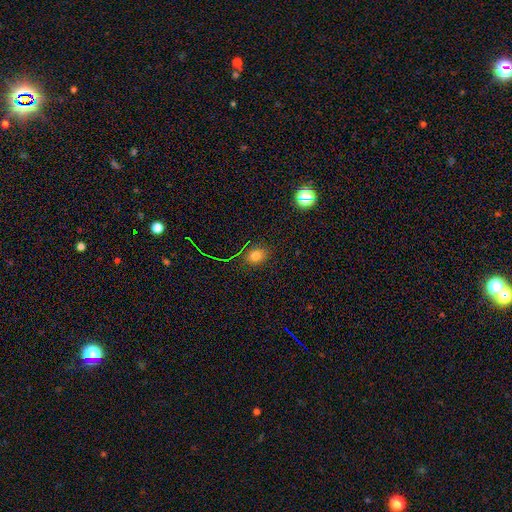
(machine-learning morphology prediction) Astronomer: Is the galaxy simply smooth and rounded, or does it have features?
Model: smooth — 73%.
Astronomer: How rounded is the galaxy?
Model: in between — 51% (runner-up: round, 48%).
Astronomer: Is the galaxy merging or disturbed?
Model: none — 83%.